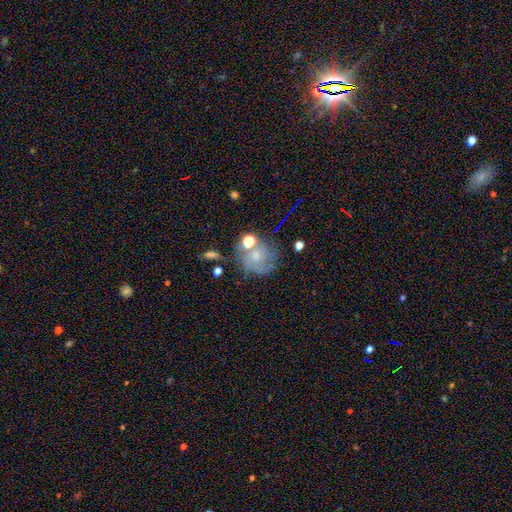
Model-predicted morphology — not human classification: The model was most divided on "smooth or featured" (2-way tie): featured or disk: 43%, smooth: 43%, star or artifact: 14%. More confident: merging — none (51%).